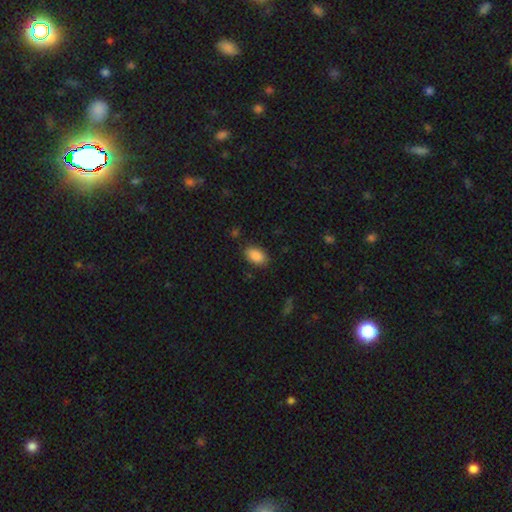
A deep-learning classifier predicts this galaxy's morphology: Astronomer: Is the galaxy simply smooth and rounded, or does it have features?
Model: smooth — 89%.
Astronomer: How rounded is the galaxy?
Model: in between — 92%.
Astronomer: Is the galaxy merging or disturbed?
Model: none — 86%.